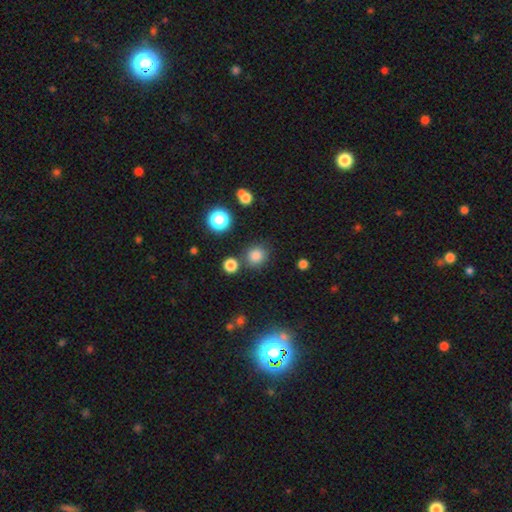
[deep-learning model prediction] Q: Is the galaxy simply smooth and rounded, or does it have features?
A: smooth — 81%.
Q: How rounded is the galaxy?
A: round — 86%.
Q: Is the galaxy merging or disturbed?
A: none — 80%.